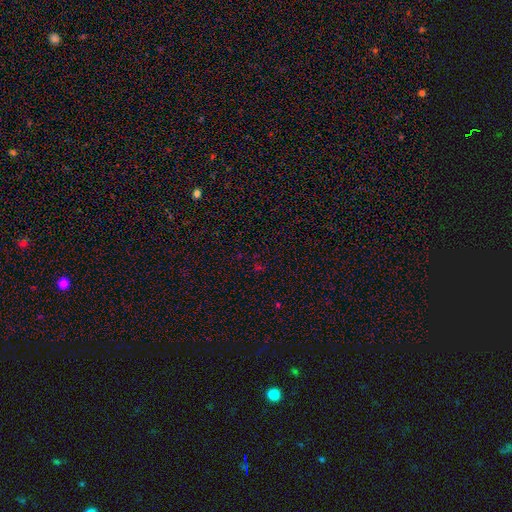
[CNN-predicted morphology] smooth-or-featured: star or artifact: 65% | smooth: 28% | featured or disk: 8%